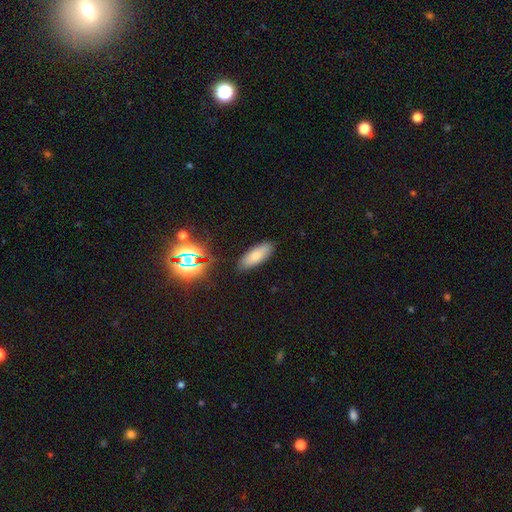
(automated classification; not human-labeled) smooth-or-featured: smooth: 75% | featured or disk: 14% | star or artifact: 11%
  how-rounded: in between: 71% | cigar-shaped: 26% | round: 2%
  merging: none: 87% | minor disturbance: 9% | major disturbance: 2% | merger: 2%